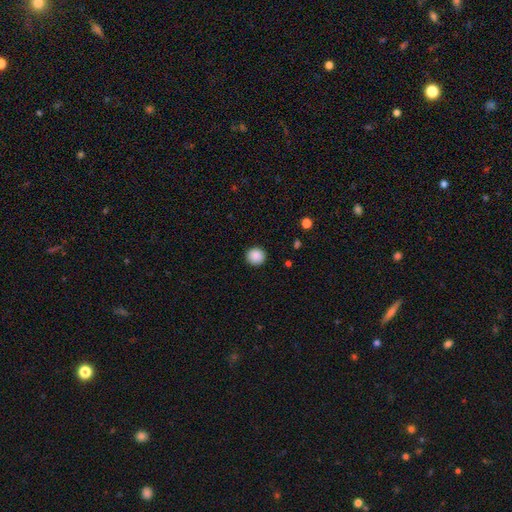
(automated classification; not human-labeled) The model was most divided on "smooth or featured": smooth: 89%, star or artifact: 9%, featured or disk: 3%. More confident: how rounded — round (93%); merging — none (92%).